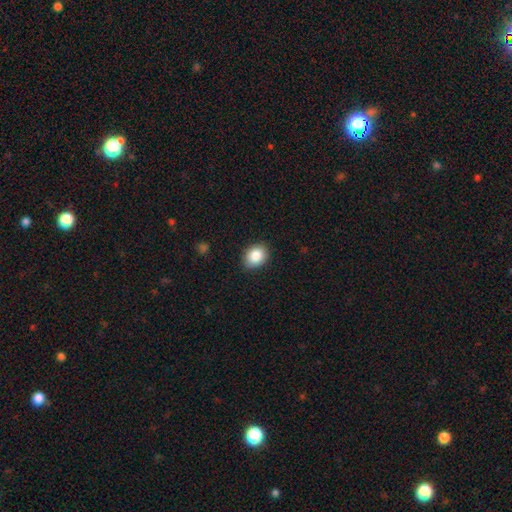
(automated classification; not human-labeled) Smooth or featured? Predicted: smooth (p=0.87). How rounded? Predicted: in between (p=0.60). Merging? Predicted: none (p=0.86).